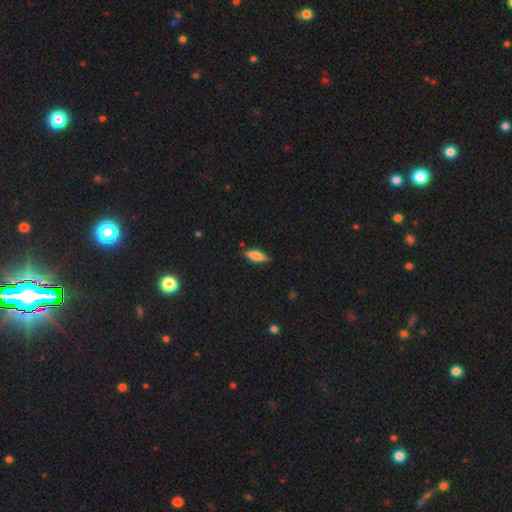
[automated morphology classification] Smooth or featured? Predicted: smooth (p=0.75). How rounded? Predicted: in between (p=0.62). Merging? Predicted: none (p=0.84).